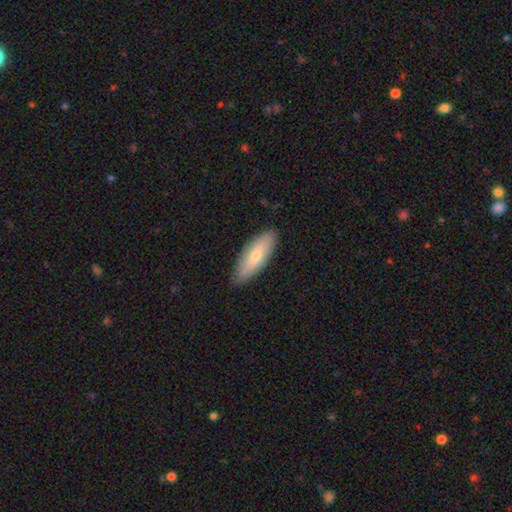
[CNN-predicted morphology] A smooth galaxy with no disk features (69%) that is in between round and cigar-shaped (62%). Merging: none (85%).